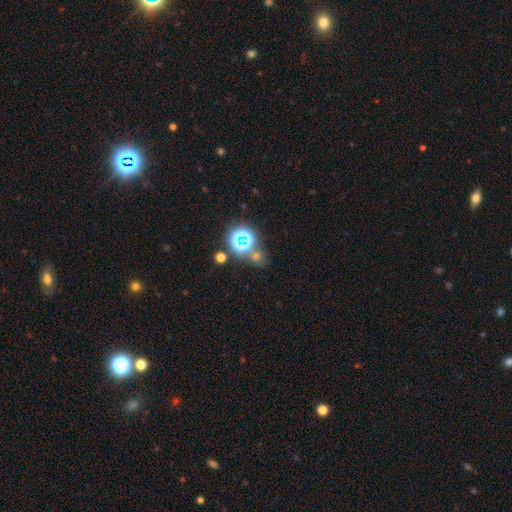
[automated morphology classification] Q: Smooth or featured?
A: star or artifact (59%); runner-up: smooth (33%)